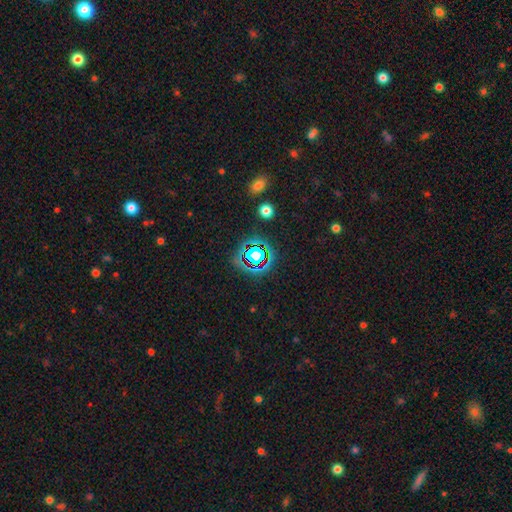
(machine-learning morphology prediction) This is likely a star or artifact rather than a galaxy (70%).